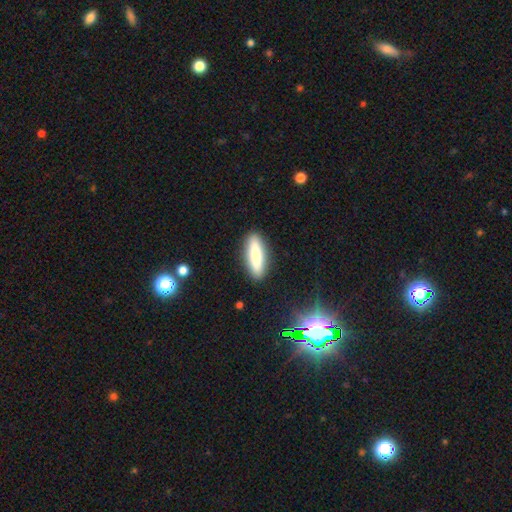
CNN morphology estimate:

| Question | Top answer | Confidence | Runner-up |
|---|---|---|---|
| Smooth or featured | smooth | 81% | featured or disk (13%) |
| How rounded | cigar-shaped | 64% | in between (35%) |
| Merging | none | 89% | minor disturbance (7%) |